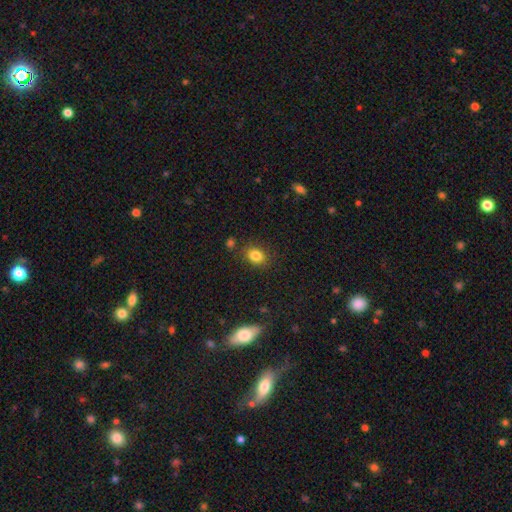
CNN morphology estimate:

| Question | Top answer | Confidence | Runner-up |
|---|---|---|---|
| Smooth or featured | smooth | 83% | star or artifact (11%) |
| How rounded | in between | 59% | round (40%) |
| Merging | none | 82% | minor disturbance (11%) |